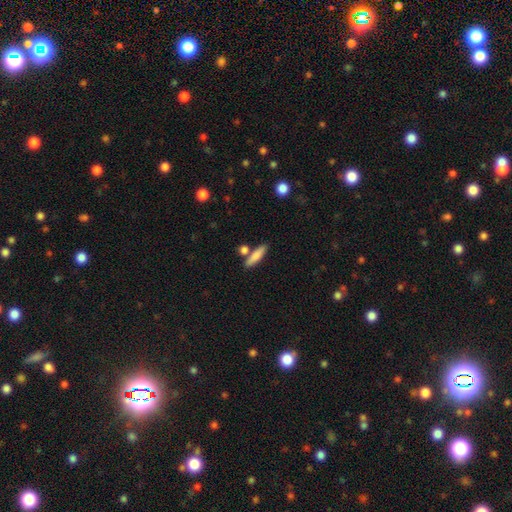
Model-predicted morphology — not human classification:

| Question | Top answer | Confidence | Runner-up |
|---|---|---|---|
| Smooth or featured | smooth | 79% | featured or disk (15%) |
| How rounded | cigar-shaped | 73% | in between (23%) |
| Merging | none | 73% | merger (14%) |